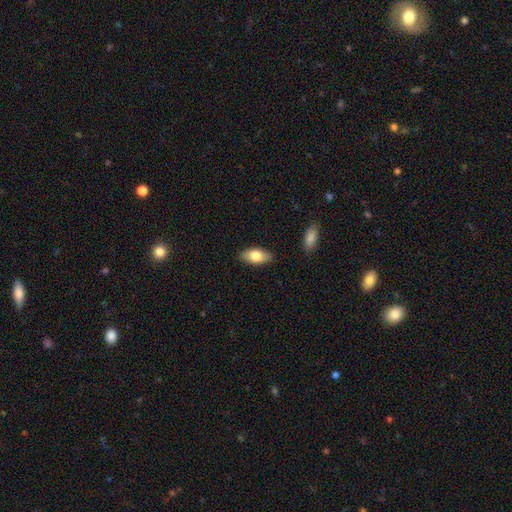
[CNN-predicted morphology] Smooth or featured?
  - smooth: 77% *
  - featured or disk: 16%
  - star or artifact: 7%
How rounded?
  - in between: 91% *
  - cigar-shaped: 6%
  - round: 3%
Merging?
  - none: 86% *
  - minor disturbance: 10%
  - major disturbance: 2%
  - merger: 2%